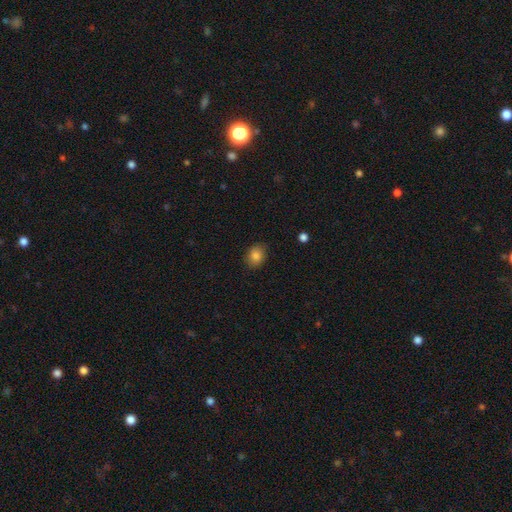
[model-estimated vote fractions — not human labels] A smooth galaxy with no disk features (84%) that is in between round and cigar-shaped (52%). Merging: none (85%).